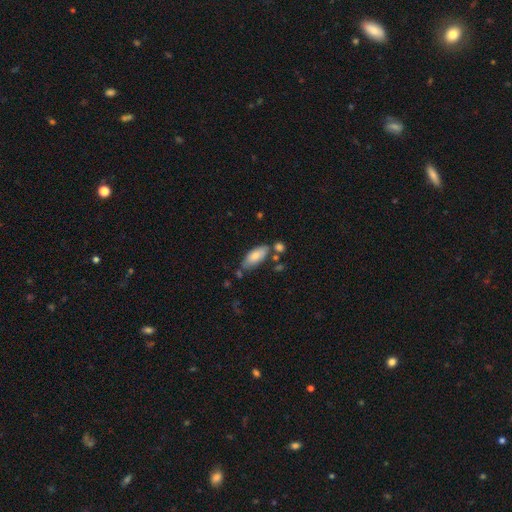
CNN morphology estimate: Smooth or featured? Predicted: smooth (p=0.77). How rounded? Predicted: in between (p=0.85). Merging? Predicted: none (p=0.66).